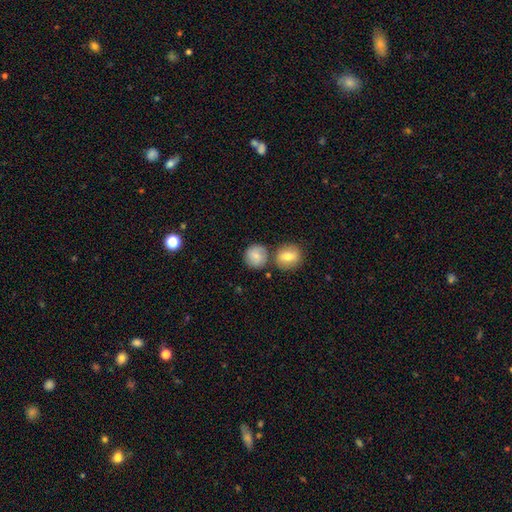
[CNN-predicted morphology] The model was most divided on "merging": none: 62%, merger: 23%, minor disturbance: 12%, major disturbance: 3%. More confident: how rounded — round (87%); smooth or featured — smooth (80%).